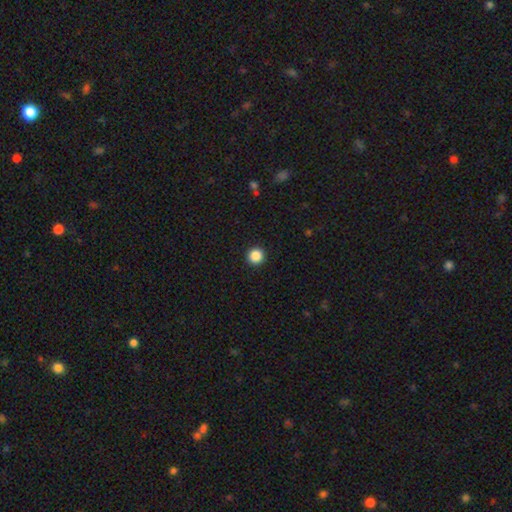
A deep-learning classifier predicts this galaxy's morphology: This appears to be a smooth galaxy with no disk features (87%) that is round (96%). Merging: none (94%).